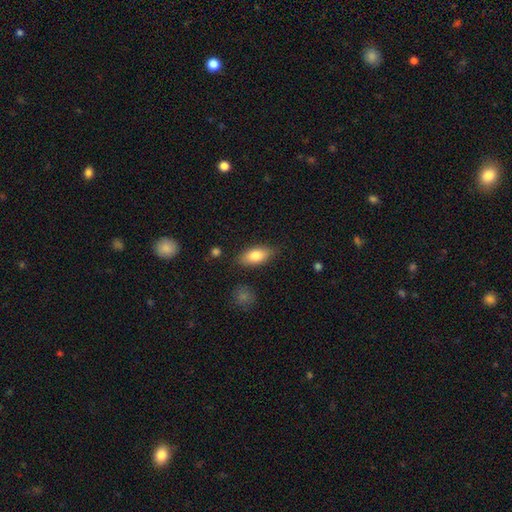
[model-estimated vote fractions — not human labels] This appears to be a smooth galaxy with no disk features (80%) that is in between round and cigar-shaped (86%). Merging: none (81%).